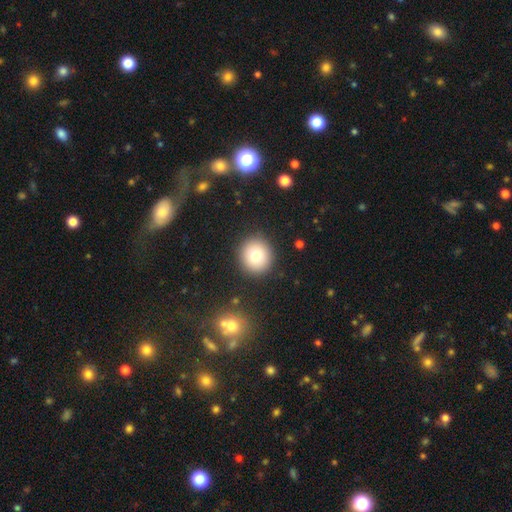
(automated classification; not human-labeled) This appears to be a smooth galaxy with no disk features (76%) that is round (91%). Merging: none (90%).